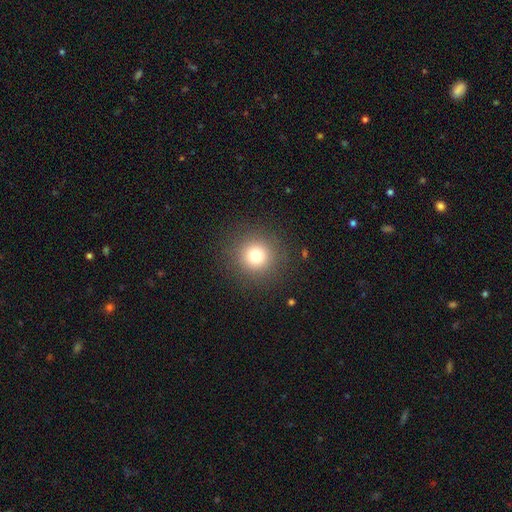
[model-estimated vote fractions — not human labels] Smooth or featured: smooth — 76% (star or artifact — 15%)
How rounded: round — 95% (in between — 4%)
Merging: none — 89% (minor disturbance — 6%)